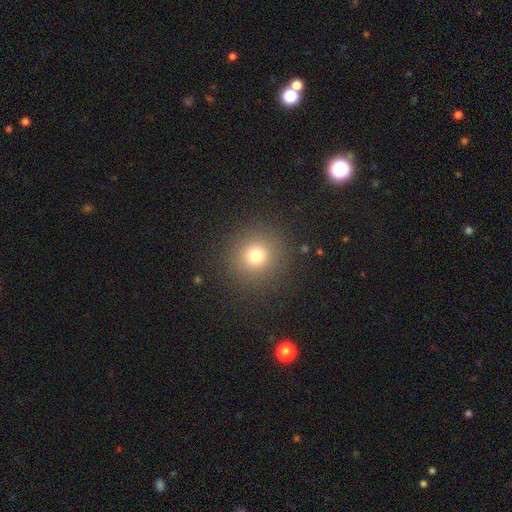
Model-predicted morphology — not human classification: This is likely a smooth galaxy (74%). How rounded: clearly round (93%). Merging: clearly none (89%).